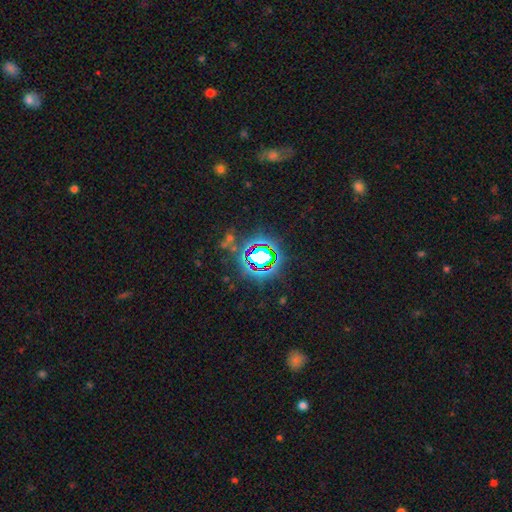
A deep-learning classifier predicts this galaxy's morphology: Smooth or featured?
  - star or artifact: 76% *
  - smooth: 15%
  - featured or disk: 9%